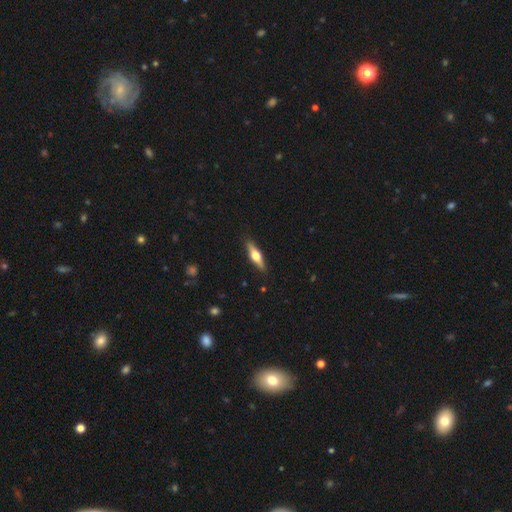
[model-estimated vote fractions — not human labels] A featured or disk galaxy (59%) viewed edge-on (95%) with a rounded central bulge (95%).

Vote fractions:
- Smooth or featured? featured or disk: 59% / smooth: 36% / star or artifact: 5%
- Edge-on disk? yes: 95% / no: 5%
- Edge-on bulge? rounded: 95% / boxy: 4% / none: 2%
- Merging? none: 89% / minor disturbance: 8% / major disturbance: 2% / merger: 1%